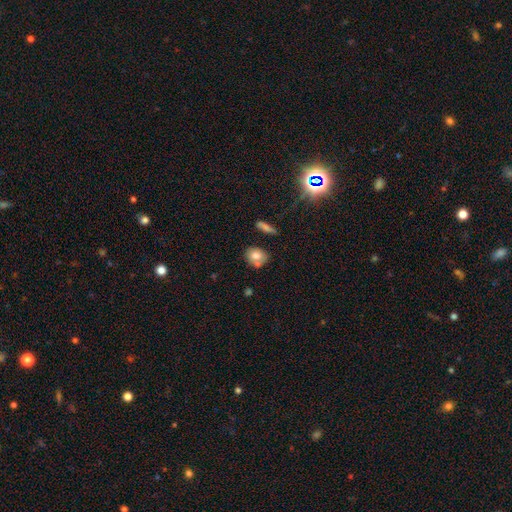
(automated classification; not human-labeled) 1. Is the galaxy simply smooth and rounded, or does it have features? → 74% smooth, 16% featured or disk, 10% star or artifact.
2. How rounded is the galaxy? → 64% round, 35% in between, 2% cigar-shaped.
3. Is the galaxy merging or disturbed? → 60% none, 19% merger, 17% minor disturbance, 4% major disturbance.